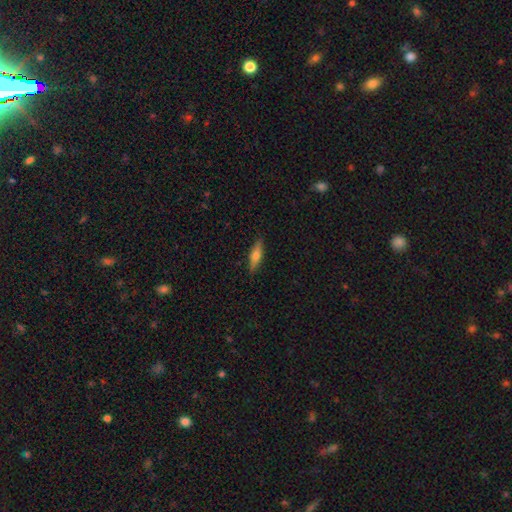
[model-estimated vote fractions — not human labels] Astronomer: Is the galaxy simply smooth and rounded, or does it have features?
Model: smooth — 61%.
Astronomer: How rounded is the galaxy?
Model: cigar-shaped — 60% (runner-up: in between, 37%).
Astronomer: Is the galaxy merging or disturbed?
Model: none — 87%.